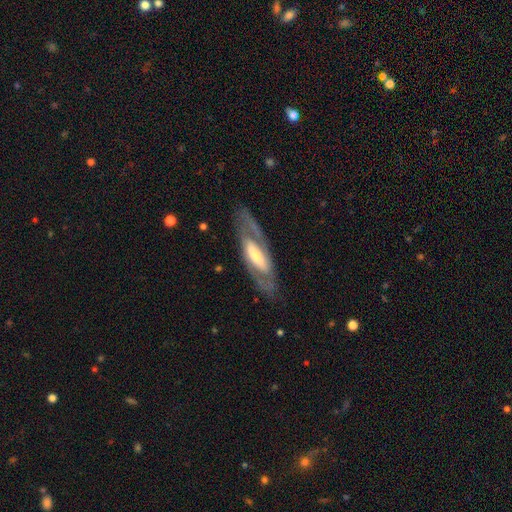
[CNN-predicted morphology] The model was most divided on "bulge size": small: 40%, moderate: 38%, large: 17%, none: 3%, dominant: 3%. Remaining: edge-on disk — no (80%); smooth or featured — featured or disk (72%); merging — none (72%); spiral arms — yes (64%); bar — strong (44%).